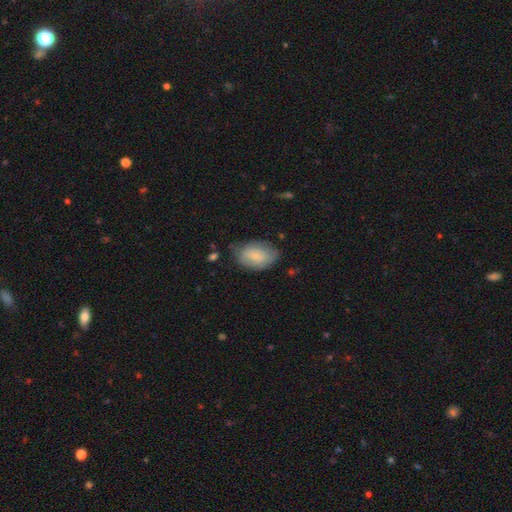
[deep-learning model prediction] smooth_or_featured: smooth (p=0.66) [alt: featured or disk p=0.27]
how_rounded: in between (p=0.88) [alt: round p=0.10]
merging: none (p=0.59) [alt: minor disturbance p=0.30]